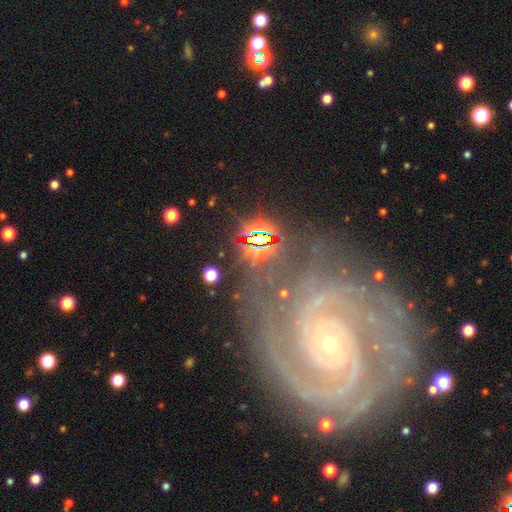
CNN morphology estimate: smooth_or_featured: featured or disk (p=0.90) [alt: star or artifact p=0.07]
disk_edge_on: no (p=0.98) [alt: yes p=0.02]
bar: no (p=0.75) [alt: weak p=0.15]
has_spiral_arms: yes (p=0.99) [alt: no p=0.01]
spiral_winding: tight (p=0.76) [alt: medium p=0.20]
spiral_arm_count: 2 (p=0.53) [alt: 3 p=0.16]
bulge_size: small (p=0.83) [alt: moderate p=0.13]
merging: none (p=0.75) [alt: minor disturbance p=0.15]